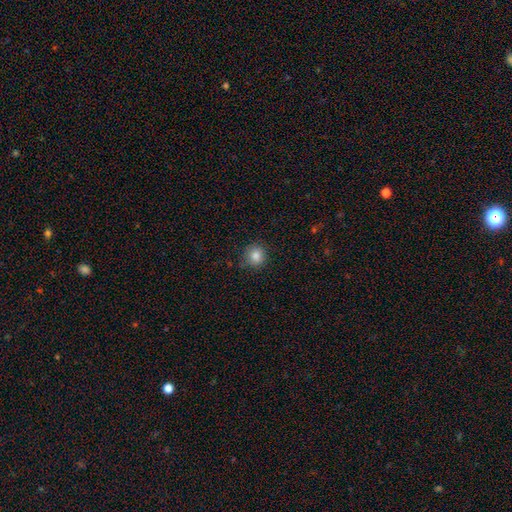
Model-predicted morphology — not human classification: This appears to be a smooth galaxy with no disk features (84%) that is round (90%). Merging: none (82%).